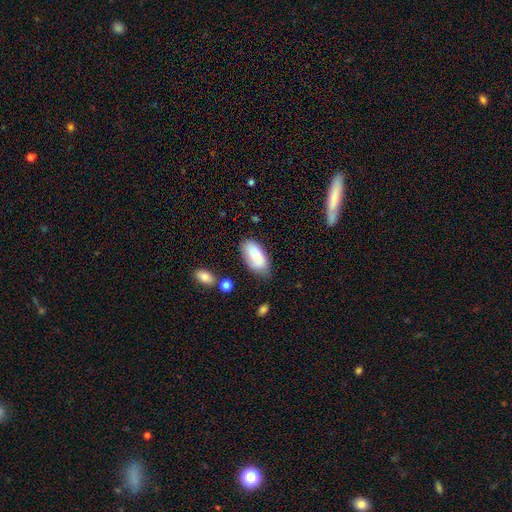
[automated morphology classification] Smooth or featured? Predicted: smooth (p=0.78). How rounded? Predicted: in between (p=0.93). Merging? Predicted: none (p=0.68).